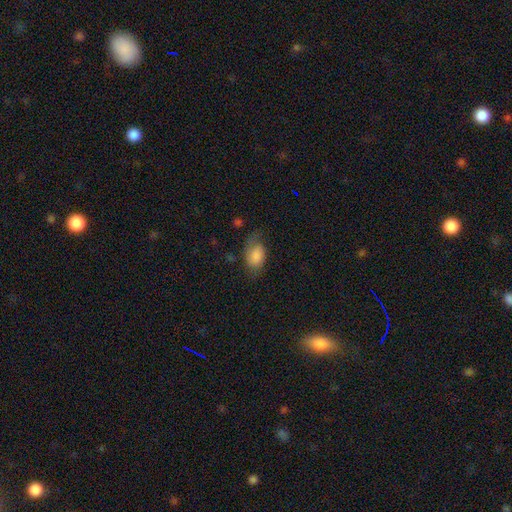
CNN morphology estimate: Smooth or featured: smooth — 78% (featured or disk — 14%)
How rounded: in between — 88% (round — 10%)
Merging: none — 51% (minor disturbance — 31%)